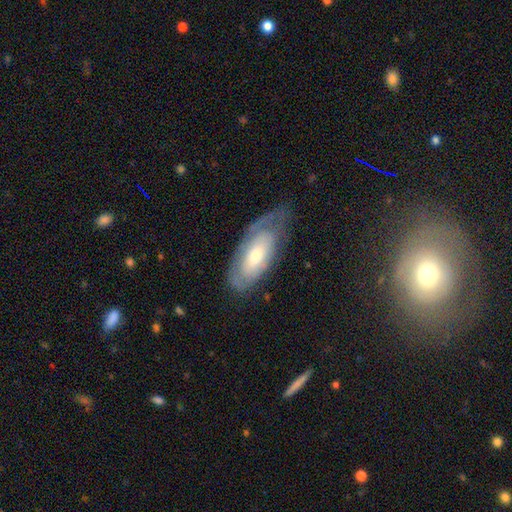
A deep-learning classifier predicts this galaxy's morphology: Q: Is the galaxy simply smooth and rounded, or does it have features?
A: featured or disk — 58%.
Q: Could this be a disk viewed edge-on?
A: no — 85%.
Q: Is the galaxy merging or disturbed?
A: none — 54%.